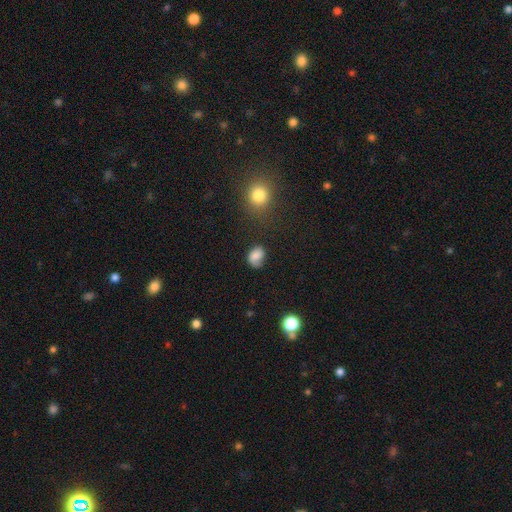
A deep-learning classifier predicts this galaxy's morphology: Smooth or featured: smooth — 76% (featured or disk — 13%)
How rounded: in between — 67% (round — 32%)
Merging: none — 53% (minor disturbance — 30%)